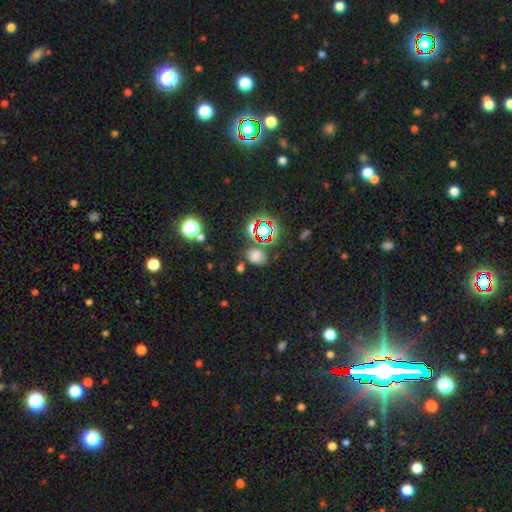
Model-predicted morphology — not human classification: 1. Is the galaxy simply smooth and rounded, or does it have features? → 56% smooth, 35% star or artifact, 9% featured or disk.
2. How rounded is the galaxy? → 59% in between, 39% round, 2% cigar-shaped.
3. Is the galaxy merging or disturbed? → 62% none, 19% minor disturbance, 10% merger, 9% major disturbance.